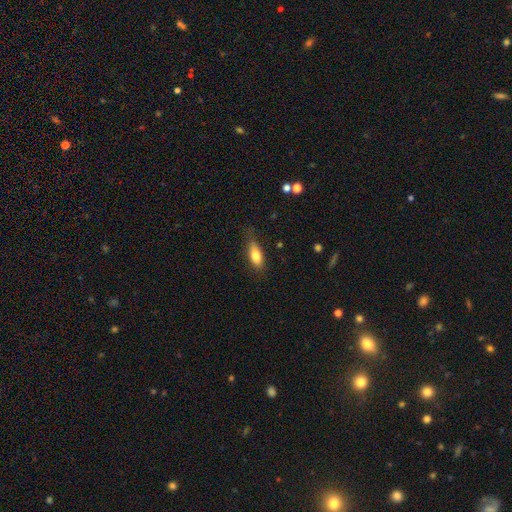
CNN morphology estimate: This is likely a smooth galaxy (78%). How rounded: likely in between (74%). Merging: likely none (70%).